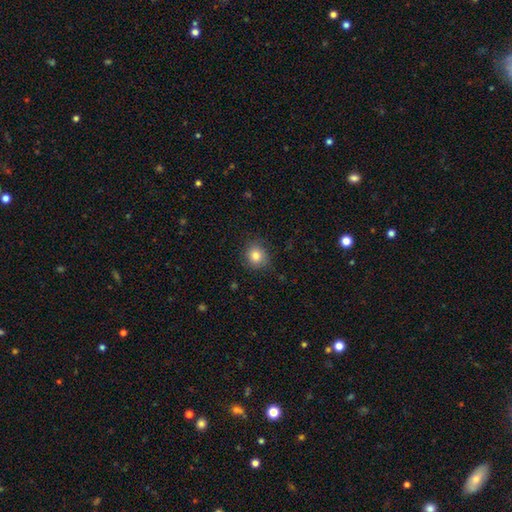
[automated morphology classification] A smooth galaxy with no disk features (83%) that is round (84%). Merging: none (84%).